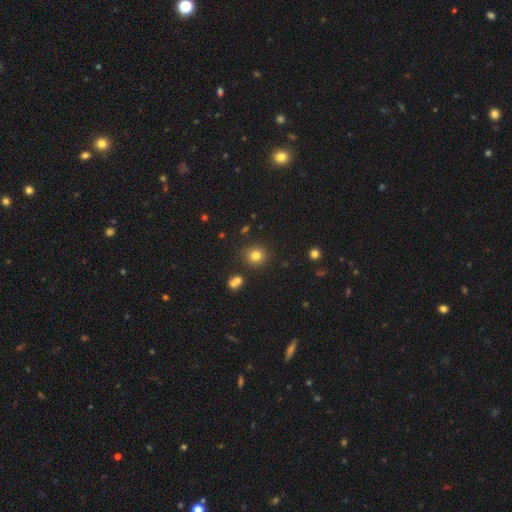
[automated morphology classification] smooth 79%, star or artifact 14%, featured or disk 7%. Down the decision tree: how rounded — round (89%); merging — none (85%).